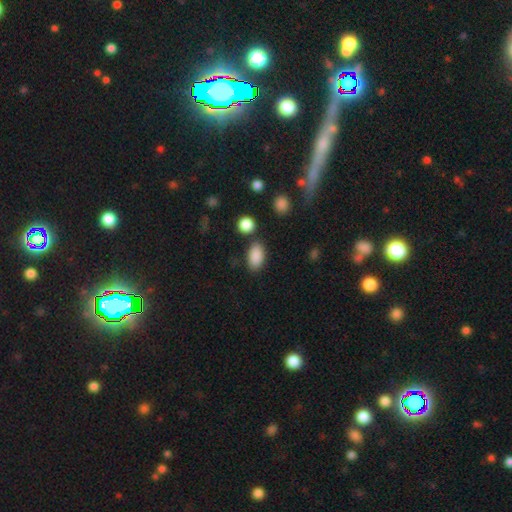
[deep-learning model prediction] smooth_or_featured: smooth (p=0.88) [alt: star or artifact p=0.08]
how_rounded: in between (p=0.92) [alt: round p=0.06]
merging: none (p=0.80) [alt: minor disturbance p=0.11]